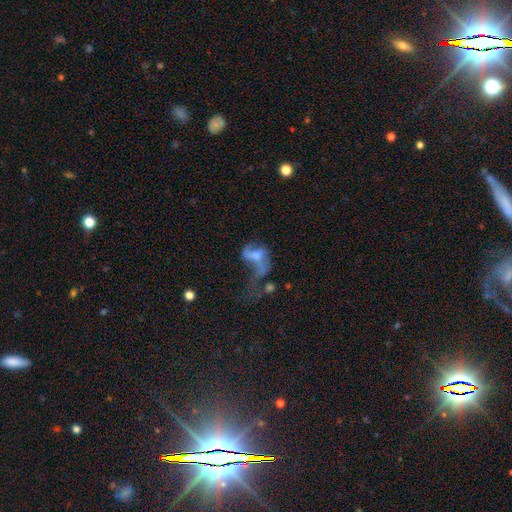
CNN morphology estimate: Smooth or featured?
  - featured or disk: 54% *
  - smooth: 32%
  - star or artifact: 13%
Edge-on disk?
  - no: 96% *
  - yes: 4%
Bar?
  - no: 67% *
  - weak: 26%
  - strong: 8%
Spiral arms?
  - no: 59% *
  - yes: 41%
Bulge size?
  - moderate: 34% *
  - small: 29%
  - none: 27%
  - large: 8%
  - dominant: 2%
Merging?
  - major disturbance: 51% *
  - merger: 23%
  - none: 15%
  - minor disturbance: 11%